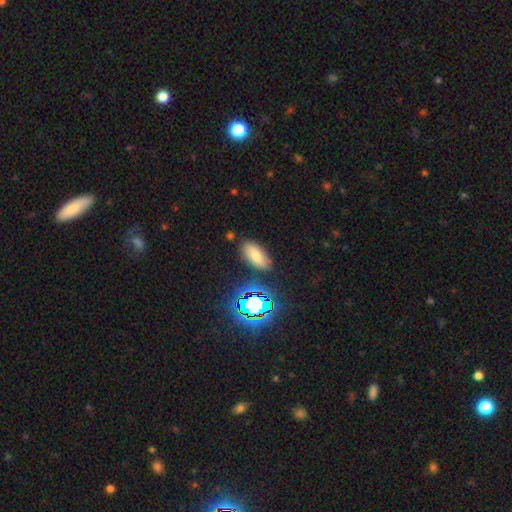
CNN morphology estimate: Smooth or featured: smooth — 72% (star or artifact — 18%)
How rounded: in between — 88% (cigar-shaped — 8%)
Merging: none — 83% (minor disturbance — 11%)